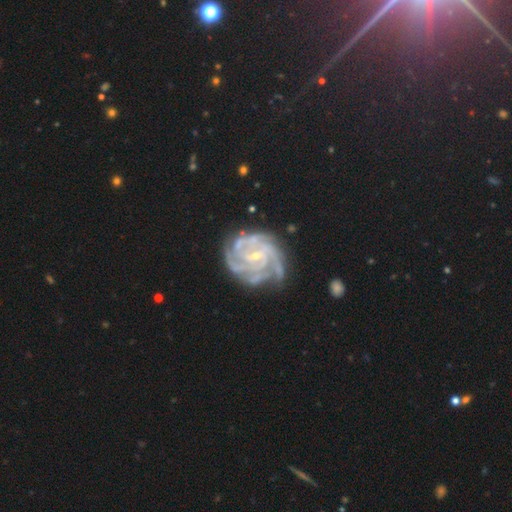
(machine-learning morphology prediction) type=featured or disk (89%); edge-on=no (98%); bar=no (46%); spiral arms=yes (97%); winding=tight (67%); arm count=4 (35%); bulge=small (77%); merging=none (67%).